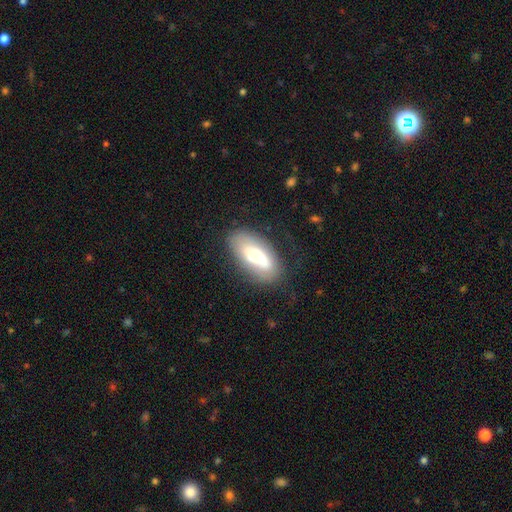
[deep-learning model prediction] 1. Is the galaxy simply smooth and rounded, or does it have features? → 53% smooth, 40% featured or disk, 8% star or artifact.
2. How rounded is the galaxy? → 88% in between, 9% cigar-shaped, 3% round.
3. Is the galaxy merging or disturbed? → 71% none, 19% minor disturbance, 7% major disturbance, 2% merger.